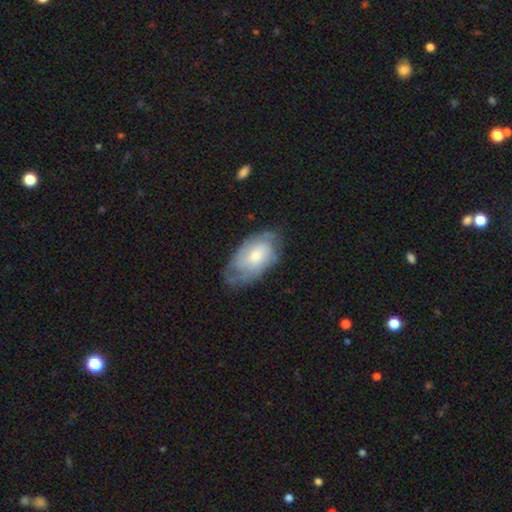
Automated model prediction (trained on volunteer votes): Smooth or featured?
  - featured or disk: 58% *
  - smooth: 35%
  - star or artifact: 6%
Edge-on disk?
  - no: 94% *
  - yes: 6%
Bar?
  - no: 67% *
  - weak: 28%
  - strong: 5%
Spiral arms?
  - yes: 81% *
  - no: 19%
Bulge size?
  - moderate: 45% *
  - small: 44%
  - large: 7%
  - none: 3%
  - dominant: 1%
Merging?
  - none: 60% *
  - minor disturbance: 27%
  - major disturbance: 11%
  - merger: 1%